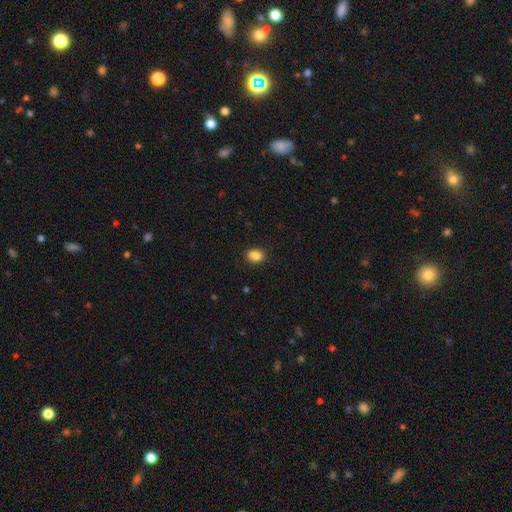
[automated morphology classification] Smooth or featured: smooth — 86% (star or artifact — 10%)
How rounded: in between — 64% (round — 34%)
Merging: none — 87% (minor disturbance — 10%)